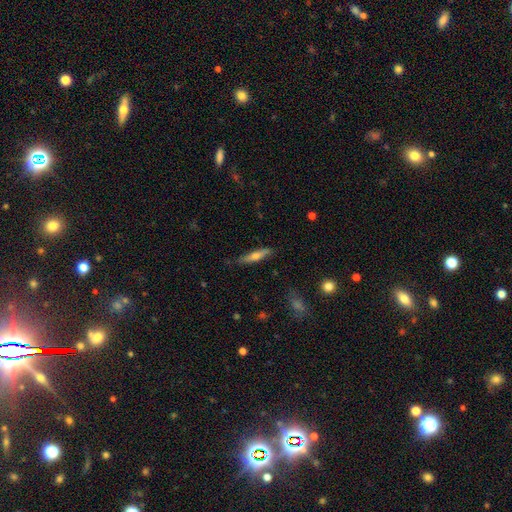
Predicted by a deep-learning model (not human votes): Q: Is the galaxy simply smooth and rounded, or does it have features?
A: smooth — 47%.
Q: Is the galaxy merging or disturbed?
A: none — 85%.